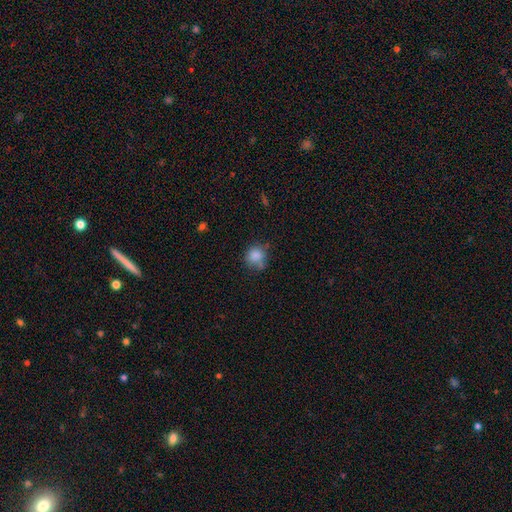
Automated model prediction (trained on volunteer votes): Overall: smooth (82%). How rounded: round (78%). Merging: none (56%; minor disturbance 26%).